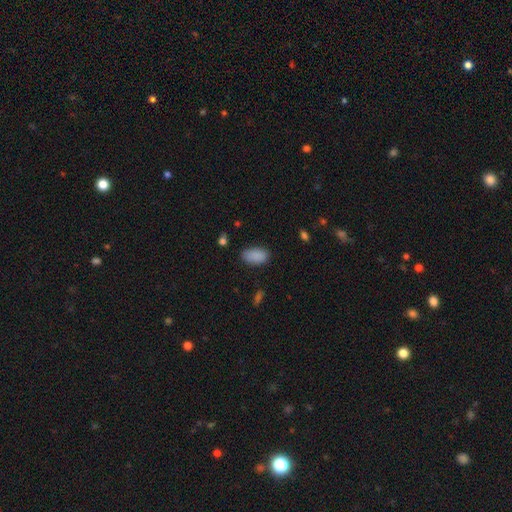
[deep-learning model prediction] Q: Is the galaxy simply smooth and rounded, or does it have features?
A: smooth — 89%.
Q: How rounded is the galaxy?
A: in between — 94%.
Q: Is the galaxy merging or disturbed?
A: none — 80%.